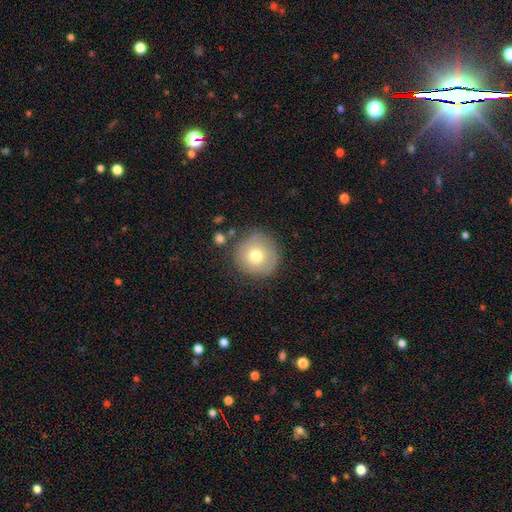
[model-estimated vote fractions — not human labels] Morphology: type=smooth (71%); roundness=round (94%); merging=none (79%).